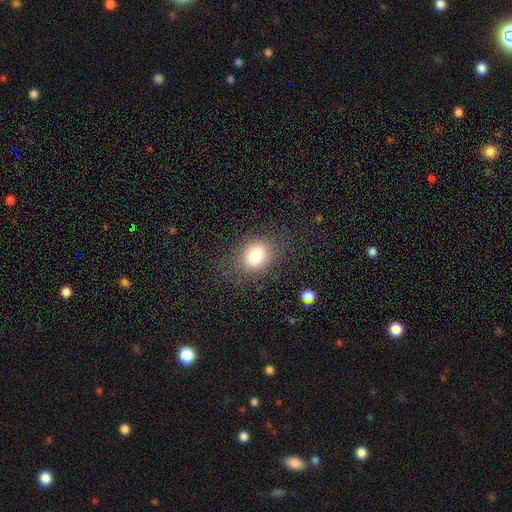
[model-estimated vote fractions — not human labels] Smooth or featured?
  - smooth: 80% *
  - star or artifact: 11%
  - featured or disk: 9%
How rounded?
  - in between: 53% *
  - round: 46%
  - cigar-shaped: 1%
Merging?
  - none: 78% *
  - minor disturbance: 13%
  - major disturbance: 7%
  - merger: 1%